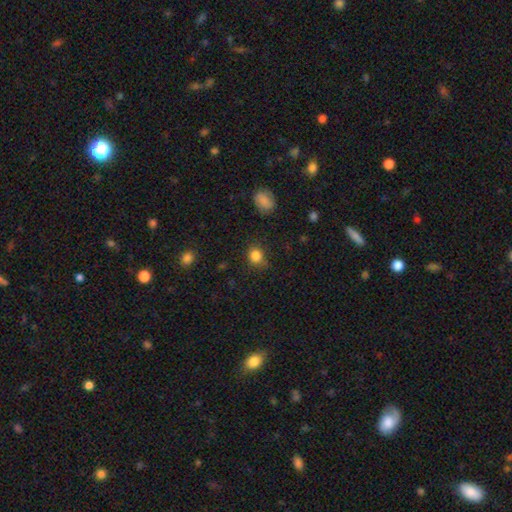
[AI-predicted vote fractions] smooth 84%, star or artifact 11%, featured or disk 5%. Down the decision tree: how rounded — round (69%); merging — none (74%).